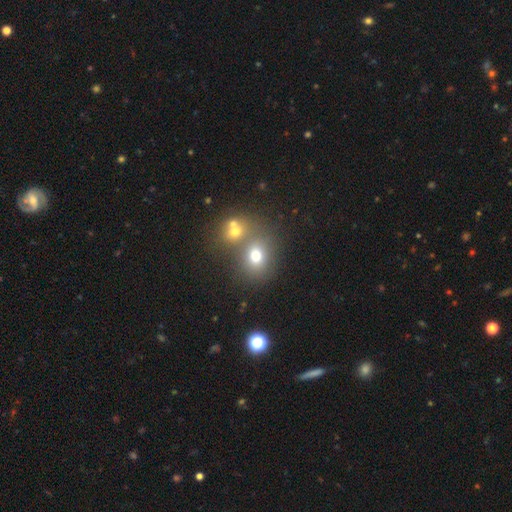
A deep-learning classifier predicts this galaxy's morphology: smooth-or-featured: smooth: 72% | star or artifact: 15% | featured or disk: 13%
  how-rounded: round: 63% | in between: 36% | cigar-shaped: 1%
  merging: none: 49% | merger: 37% | minor disturbance: 9% | major disturbance: 4%